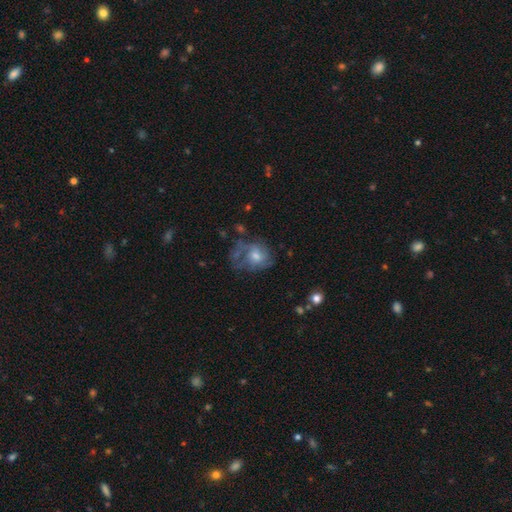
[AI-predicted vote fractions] A featured or disk galaxy (57%) with no bar (75%), spiral arms (64%) and a moderate central bulge (54%).

Vote fractions:
- Smooth or featured? featured or disk: 57% / smooth: 32% / star or artifact: 11%
- Edge-on disk? no: 97% / yes: 3%
- Bar? no: 75% / weak: 22% / strong: 3%
- Spiral arms? yes: 64% / no: 36%
- Bulge size? moderate: 54% / small: 33% / large: 7% / none: 4% / dominant: 1%
- Merging? none: 43% / major disturbance: 31% / minor disturbance: 23% / merger: 4%